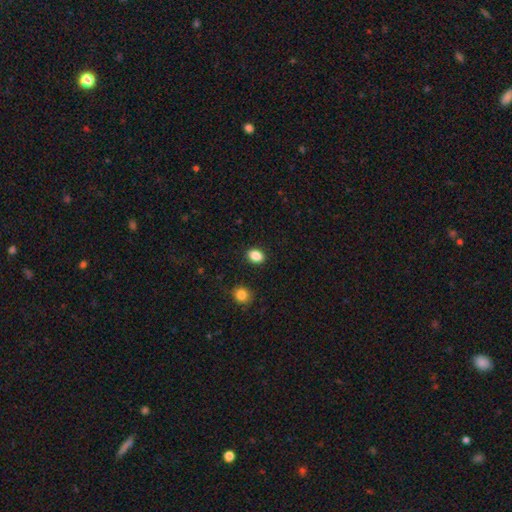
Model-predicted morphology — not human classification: Overall: smooth (87%). How rounded: in between (69%; round 30%). Merging: none (88%).